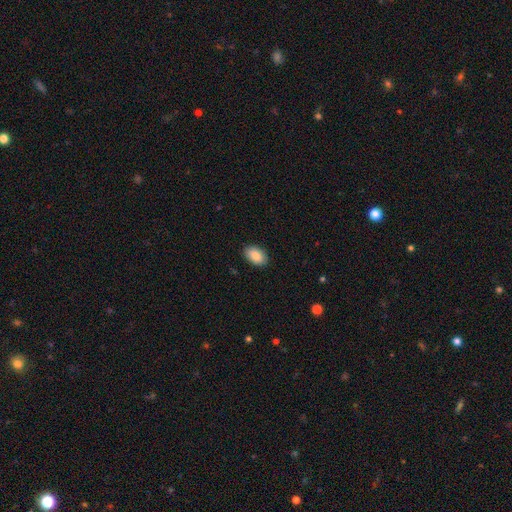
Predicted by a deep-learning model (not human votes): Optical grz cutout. It shows a smooth galaxy with no disk features (88%) that is in between round and cigar-shaped (91%). Merging: none (89%).